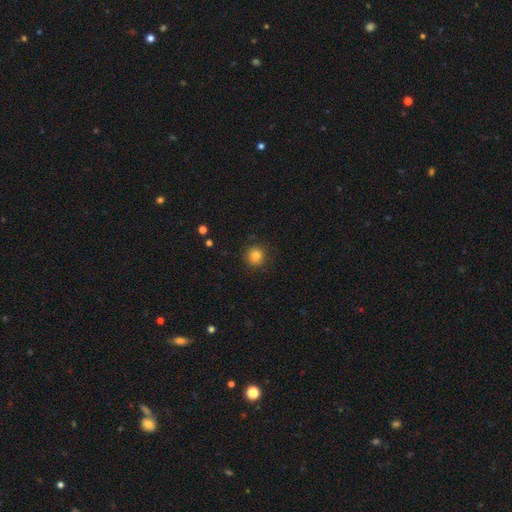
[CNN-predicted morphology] The model was most divided on "smooth or featured": smooth: 83%, star or artifact: 12%, featured or disk: 5%. More confident: how rounded — round (92%); merging — none (87%).